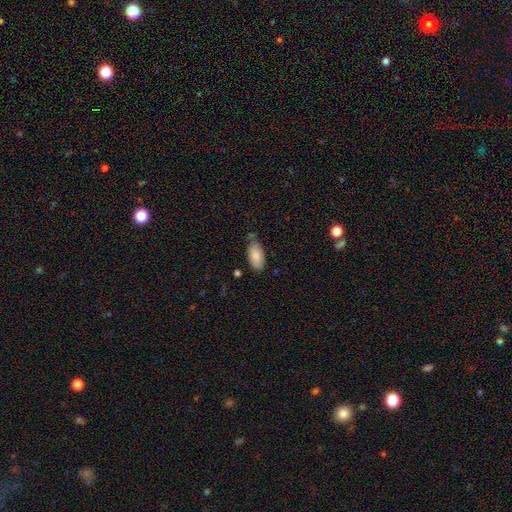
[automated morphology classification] Smooth or featured?
  - smooth: 85% *
  - featured or disk: 9%
  - star or artifact: 6%
How rounded?
  - in between: 91% *
  - cigar-shaped: 7%
  - round: 2%
Merging?
  - none: 63% *
  - minor disturbance: 26%
  - merger: 6%
  - major disturbance: 5%